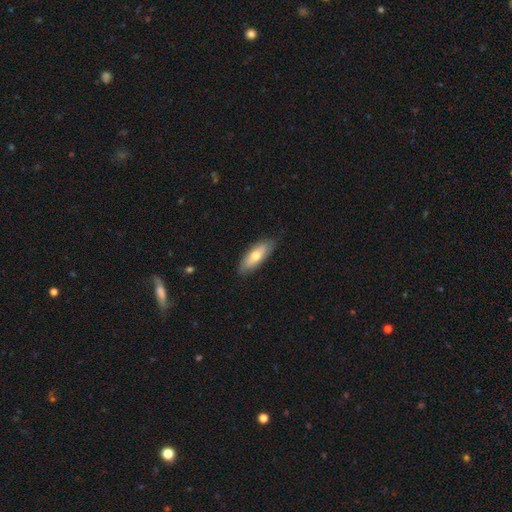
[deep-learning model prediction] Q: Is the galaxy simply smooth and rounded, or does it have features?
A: smooth — 69%.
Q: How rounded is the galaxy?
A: in between — 68%.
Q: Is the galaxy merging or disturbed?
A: none — 84%.